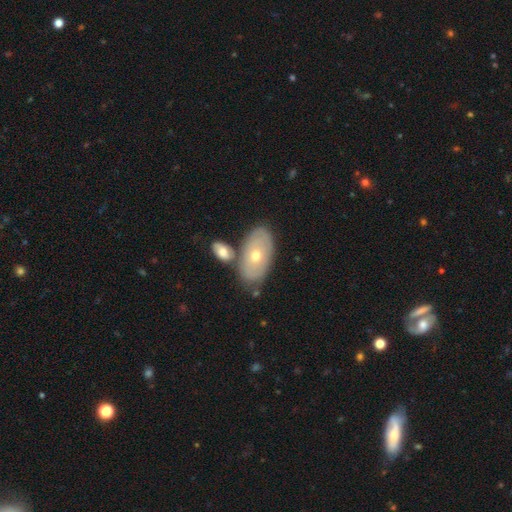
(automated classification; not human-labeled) Q: Smooth or featured?
A: smooth (48%); runner-up: featured or disk (46%)
Q: Merging?
A: none (70%); runner-up: merger (14%)